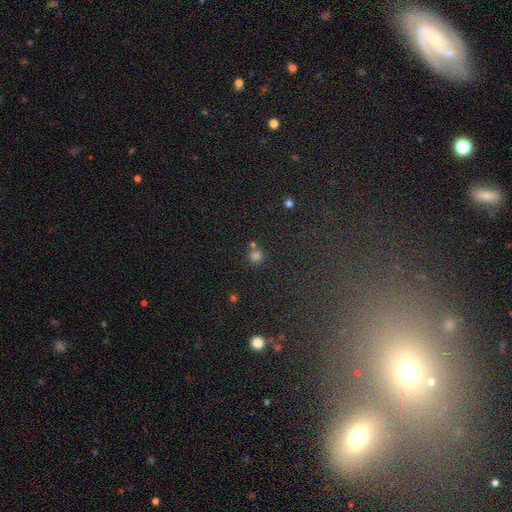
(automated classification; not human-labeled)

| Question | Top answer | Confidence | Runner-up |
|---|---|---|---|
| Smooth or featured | smooth | 75% | star or artifact (19%) |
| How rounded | round | 92% | in between (7%) |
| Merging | none | 65% | merger (24%) |